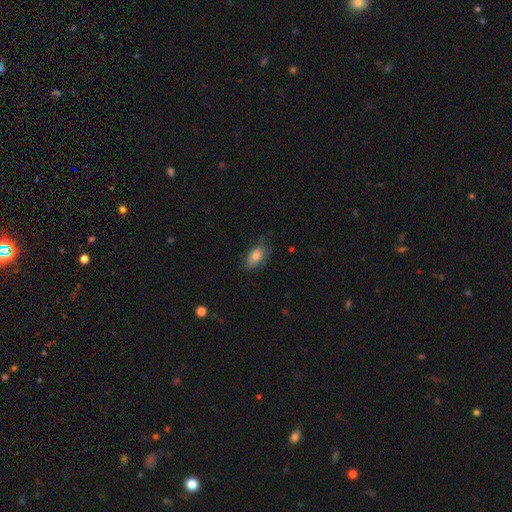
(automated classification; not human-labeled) This appears to be a smooth galaxy with no disk features (78%) that is in between round and cigar-shaped (88%). Merging: none (67%).